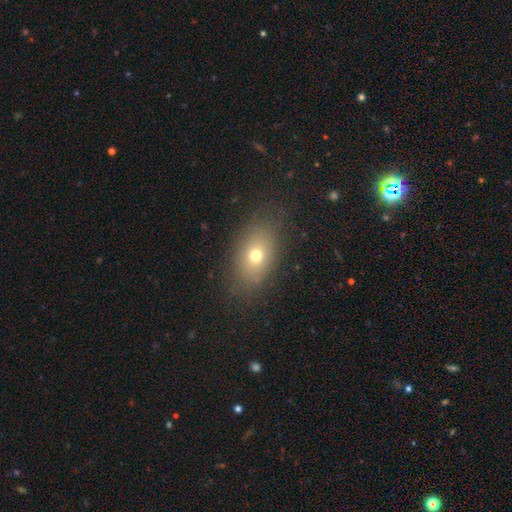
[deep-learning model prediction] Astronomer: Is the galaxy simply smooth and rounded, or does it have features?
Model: smooth — 68%.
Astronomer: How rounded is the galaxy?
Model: in between — 76%.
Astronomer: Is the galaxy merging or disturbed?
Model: none — 78%.